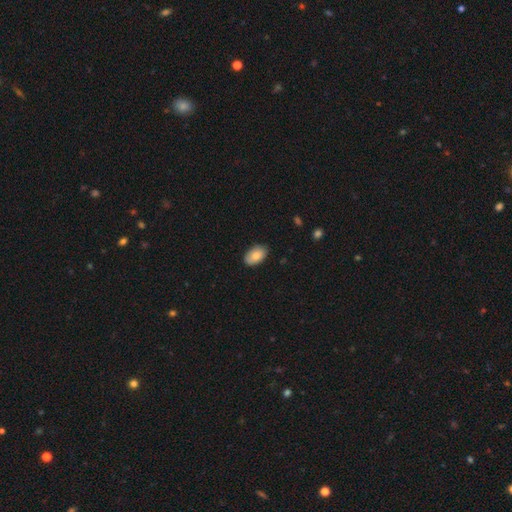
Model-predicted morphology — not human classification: Smooth or featured? Predicted: smooth (p=0.82). How rounded? Predicted: in between (p=0.92). Merging? Predicted: none (p=0.84).